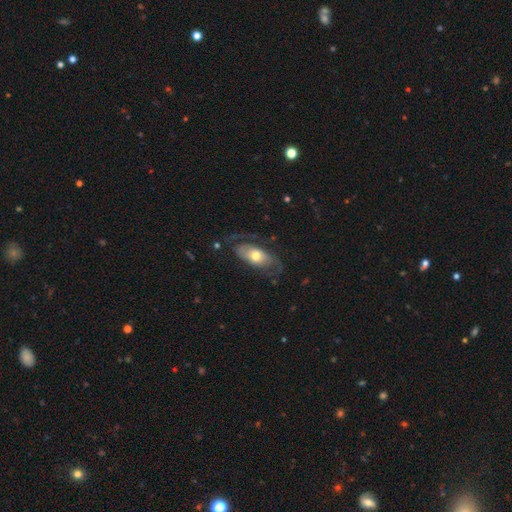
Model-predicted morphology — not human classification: Q: Smooth or featured?
A: featured or disk (60%); runner-up: smooth (34%)
Q: Edge-on disk?
A: no (87%); runner-up: yes (13%)
Q: Bar?
A: no (79%); runner-up: weak (16%)
Q: Spiral arms?
A: yes (69%); runner-up: no (31%)
Q: Bulge size?
A: moderate (67%); runner-up: small (16%)
Q: Merging?
A: none (57%); runner-up: major disturbance (21%)